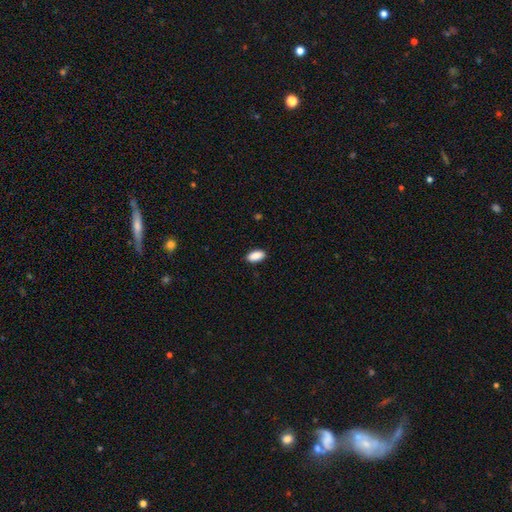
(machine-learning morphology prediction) Smooth or featured? smooth (90%)
How rounded? in between (92%)
Merging? none (89%)